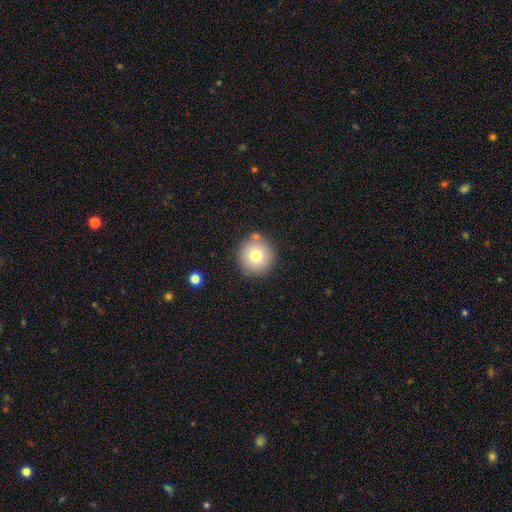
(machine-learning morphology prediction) This is likely a smooth galaxy (76%). How rounded: clearly round (95%). Merging: clearly none (83%).